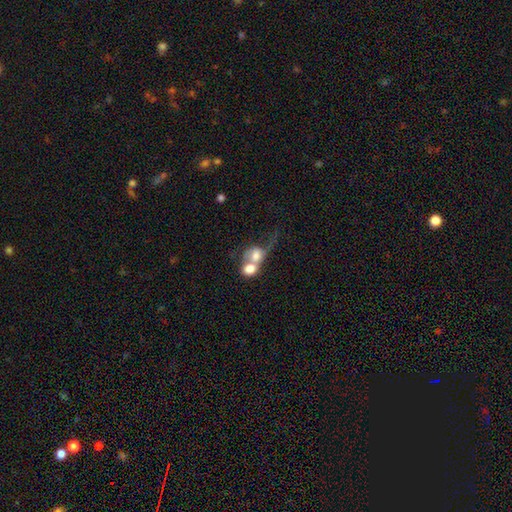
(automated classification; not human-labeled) A smooth galaxy with no disk features (67%) that is round (57%).

Vote fractions:
- Smooth or featured? smooth: 67% / featured or disk: 24% / star or artifact: 9%
- How rounded? round: 57% / in between: 41% / cigar-shaped: 2%
- Merging? merger: 74% / none: 11% / major disturbance: 10% / minor disturbance: 5%